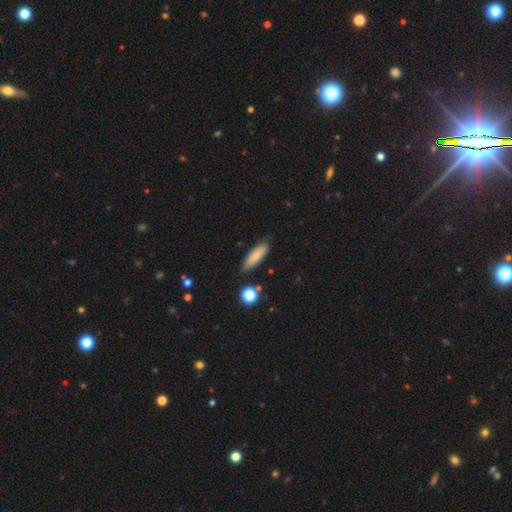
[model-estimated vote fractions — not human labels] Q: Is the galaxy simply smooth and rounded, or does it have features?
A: smooth — 79%.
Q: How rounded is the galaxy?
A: cigar-shaped — 51%.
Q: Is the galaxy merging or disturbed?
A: none — 82%.